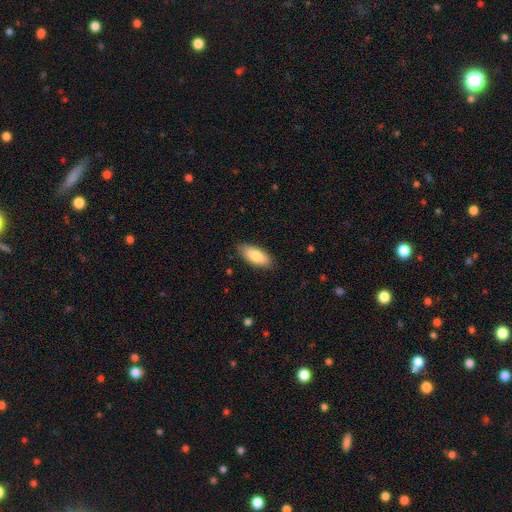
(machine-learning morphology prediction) smooth_or_featured: smooth (p=0.83) [alt: featured or disk p=0.11]
how_rounded: in between (p=0.81) [alt: cigar-shaped p=0.17]
merging: none (p=0.87) [alt: minor disturbance p=0.10]